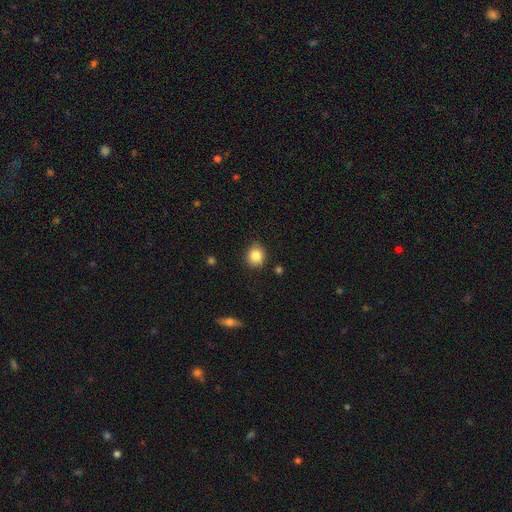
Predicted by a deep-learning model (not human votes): This is clearly a smooth galaxy (85%). How rounded: likely round (75%). Merging: clearly none (83%).